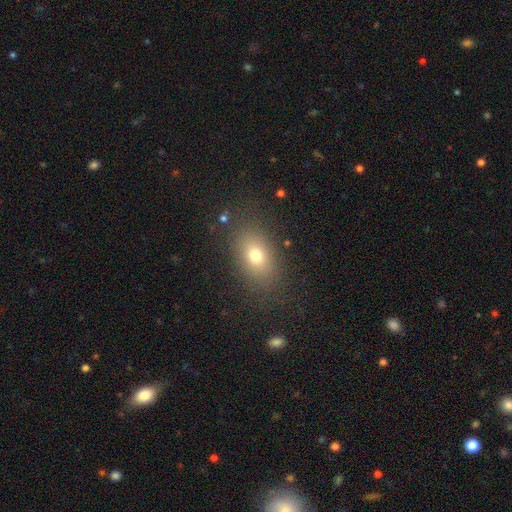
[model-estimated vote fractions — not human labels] A smooth galaxy with no disk features (73%) that is in between round and cigar-shaped (83%). Merging: none (83%).